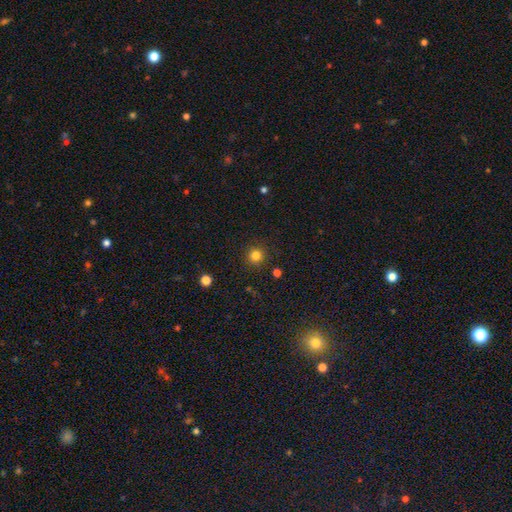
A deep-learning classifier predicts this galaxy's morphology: Smooth or featured? smooth (82%)
How rounded? round (94%)
Merging? none (90%)